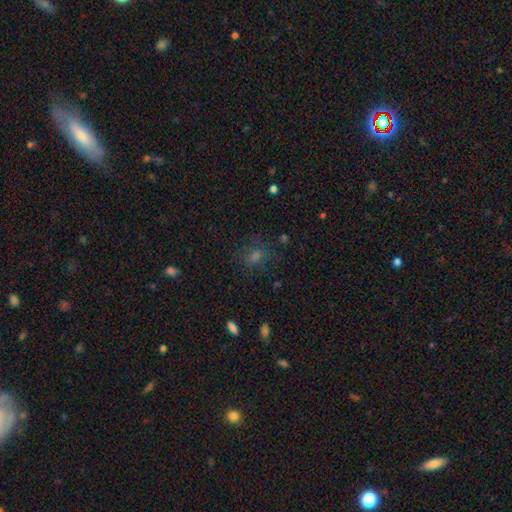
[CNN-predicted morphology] Smooth or featured? smooth (56%)
How rounded? round (59%)
Merging? none (77%)